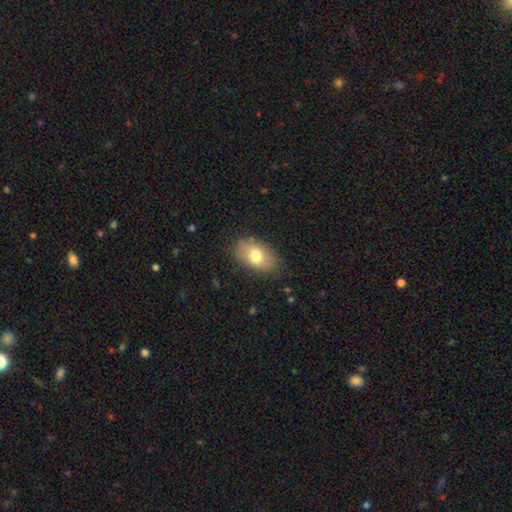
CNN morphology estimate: type=smooth (75%); roundness=in between (88%); merging=none (81%).